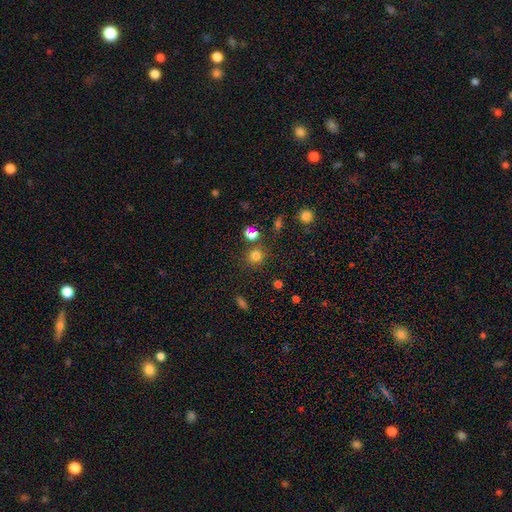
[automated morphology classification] A smooth galaxy with no disk features (78%) that is round (87%).

Vote fractions:
- Smooth or featured? smooth: 78% / star or artifact: 16% / featured or disk: 6%
- How rounded? round: 87% / in between: 12% / cigar-shaped: 1%
- Merging? none: 78% / merger: 9% / minor disturbance: 9% / major disturbance: 4%